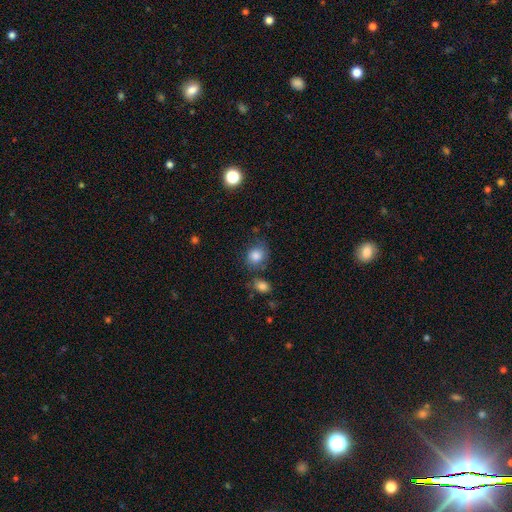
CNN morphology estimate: Smooth or featured? Predicted: smooth (p=0.83). How rounded? Predicted: round (p=0.62). Merging? Predicted: none (p=0.65).